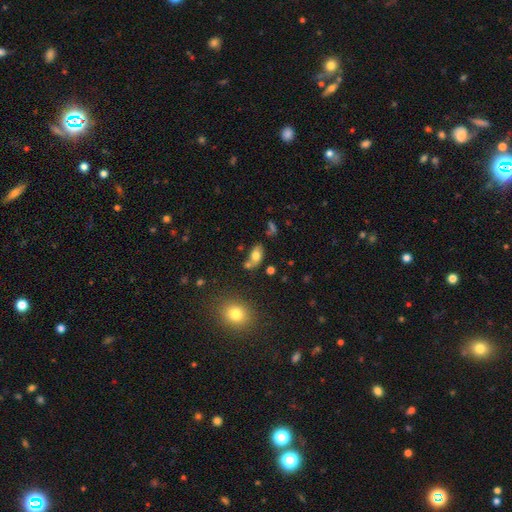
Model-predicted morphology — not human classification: Smooth or featured: smooth — 73% (featured or disk — 17%)
How rounded: in between — 87% (round — 10%)
Merging: none — 56% (merger — 22%)